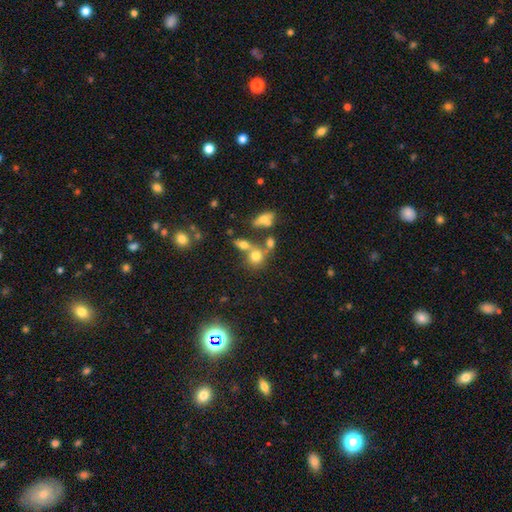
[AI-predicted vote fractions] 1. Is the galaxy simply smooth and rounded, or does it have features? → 70% smooth, 15% star or artifact, 15% featured or disk.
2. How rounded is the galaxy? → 75% round, 24% in between, 2% cigar-shaped.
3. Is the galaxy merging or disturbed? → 46% none, 37% merger, 11% minor disturbance, 6% major disturbance.